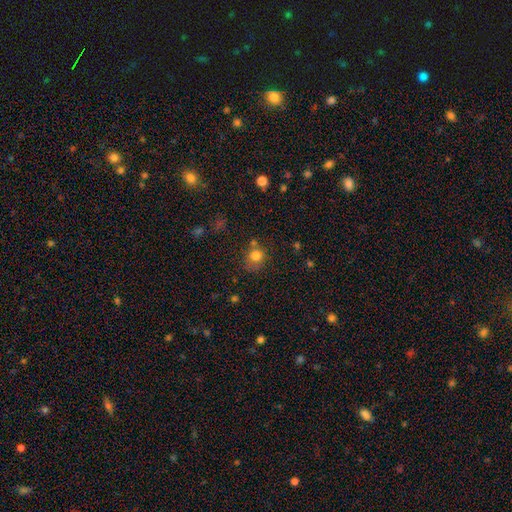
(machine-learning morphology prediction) This appears to be a smooth galaxy with no disk features (79%) that is round (78%). Merging: none (58%).